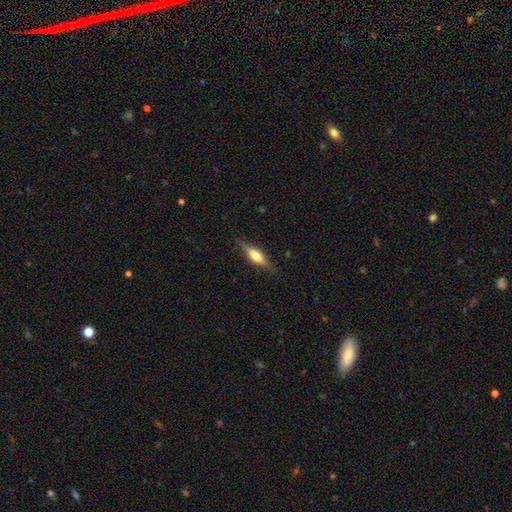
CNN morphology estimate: Q: Smooth or featured?
A: featured or disk (53%); runner-up: smooth (41%)
Q: Edge-on disk?
A: yes (93%); runner-up: no (7%)
Q: Merging?
A: none (83%); runner-up: minor disturbance (12%)